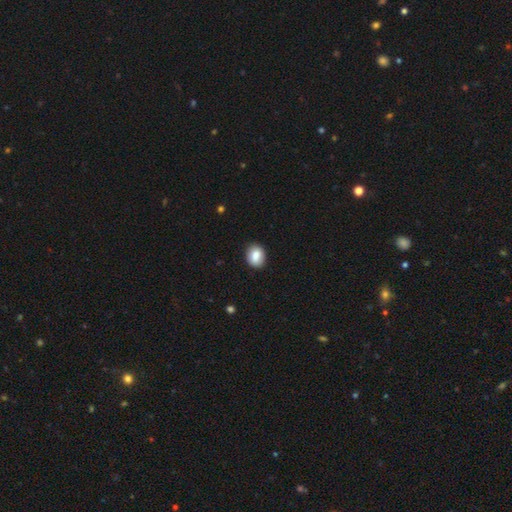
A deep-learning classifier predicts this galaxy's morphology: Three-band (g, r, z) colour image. It shows a smooth galaxy with no disk features (84%) that is in between round and cigar-shaped (52%). Merging: none (88%).